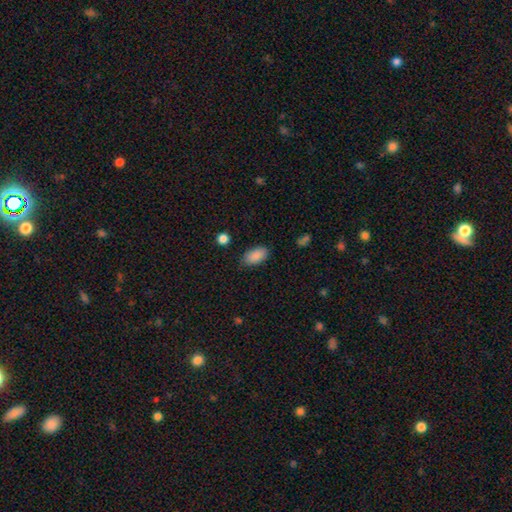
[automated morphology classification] Smooth or featured? Predicted: smooth (p=0.89). How rounded? Predicted: in between (p=0.94). Merging? Predicted: none (p=0.82).